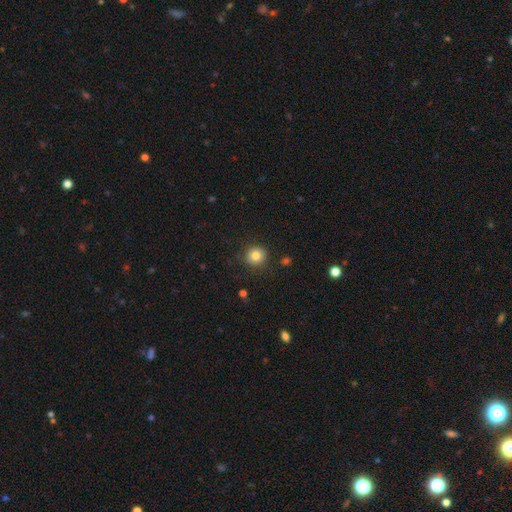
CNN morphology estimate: A smooth galaxy with no disk features (81%) that is round (90%). Merging: none (87%).